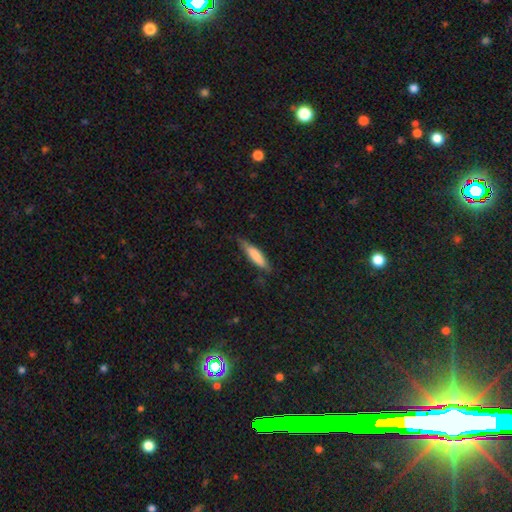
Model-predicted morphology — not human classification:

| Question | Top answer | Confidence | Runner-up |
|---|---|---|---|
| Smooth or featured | smooth | 75% | featured or disk (19%) |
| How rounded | cigar-shaped | 78% | in between (21%) |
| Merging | none | 70% | minor disturbance (24%) |